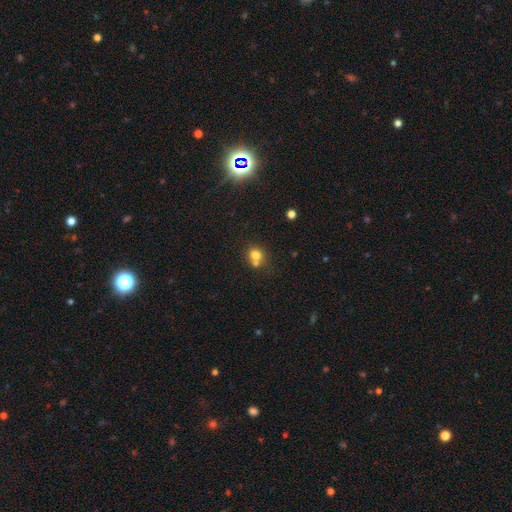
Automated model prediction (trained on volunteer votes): This is likely a smooth galaxy (74%). How rounded: likely round (74%). Merging: marginally merger (45%).